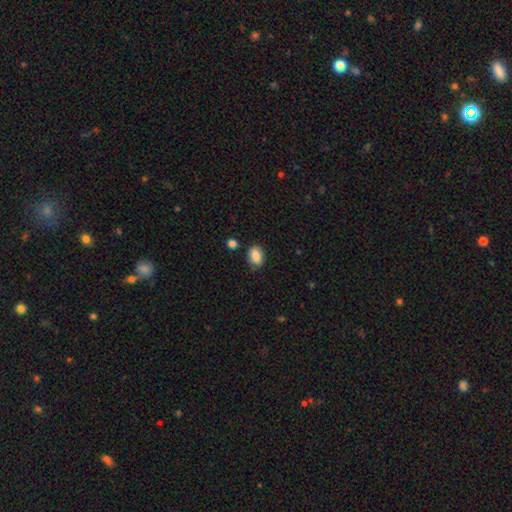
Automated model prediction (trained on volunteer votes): The model was most divided on "how rounded": in between: 80%, round: 18%, cigar-shaped: 1%. More confident: smooth or featured — smooth (87%); merging — none (81%).